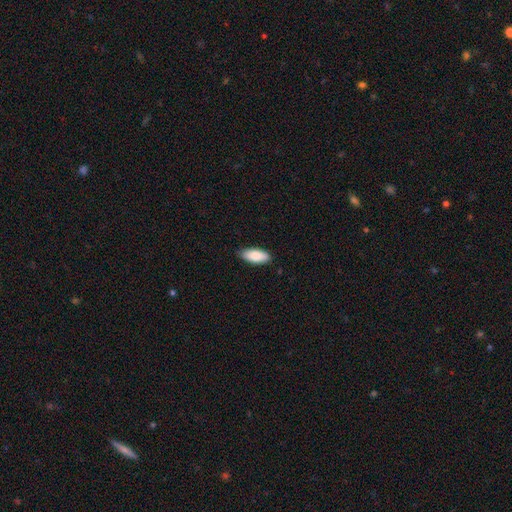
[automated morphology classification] Smooth or featured?
  - smooth: 84% *
  - featured or disk: 11%
  - star or artifact: 6%
How rounded?
  - in between: 85% *
  - cigar-shaped: 13%
  - round: 2%
Merging?
  - none: 85% *
  - minor disturbance: 12%
  - major disturbance: 2%
  - merger: 1%